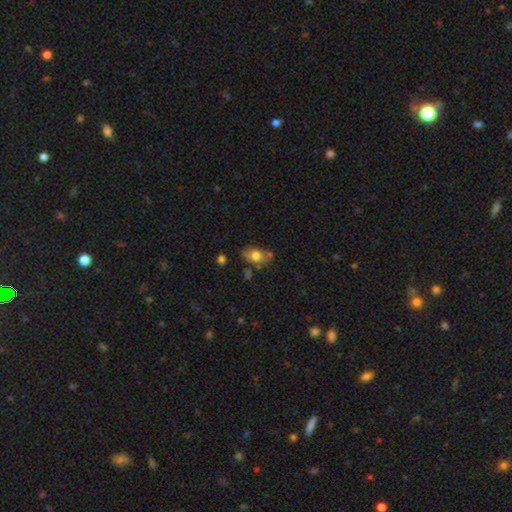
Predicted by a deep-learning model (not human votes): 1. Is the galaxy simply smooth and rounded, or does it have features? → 69% smooth, 23% featured or disk, 8% star or artifact.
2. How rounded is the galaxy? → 83% in between, 15% round, 2% cigar-shaped.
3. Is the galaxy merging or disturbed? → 63% none, 23% minor disturbance, 9% merger, 5% major disturbance.